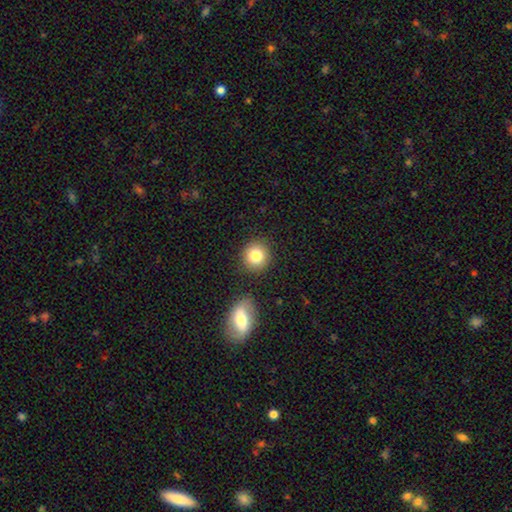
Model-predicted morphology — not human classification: smooth-or-featured: smooth: 83% | star or artifact: 9% | featured or disk: 8%
  how-rounded: round: 89% | in between: 10% | cigar-shaped: 1%
  merging: none: 84% | minor disturbance: 8% | merger: 5% | major disturbance: 3%